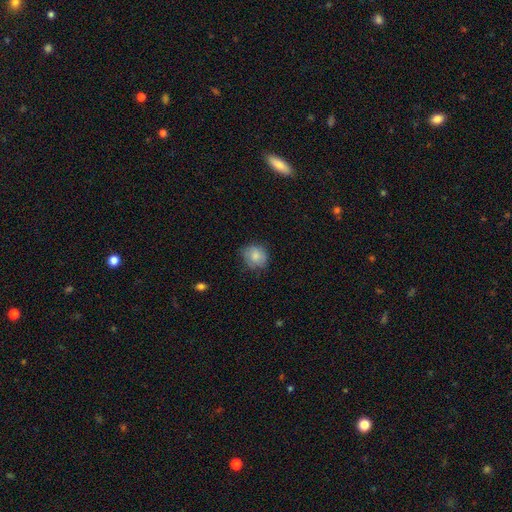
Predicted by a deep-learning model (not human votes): smooth-or-featured: smooth: 81% | featured or disk: 11% | star or artifact: 8%
  how-rounded: round: 76% | in between: 23% | cigar-shaped: 1%
  merging: none: 72% | minor disturbance: 22% | major disturbance: 5% | merger: 1%